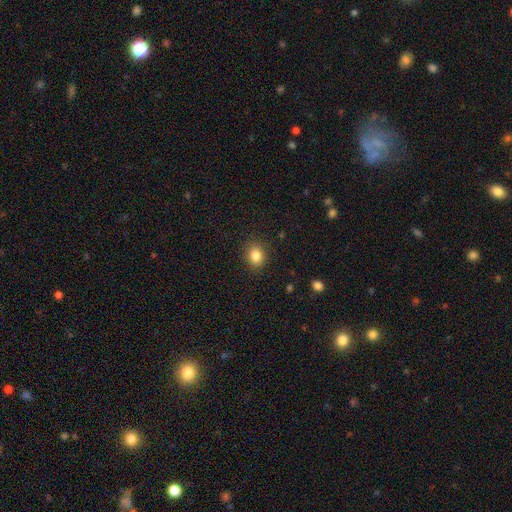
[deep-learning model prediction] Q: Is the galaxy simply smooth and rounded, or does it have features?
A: smooth — 84%.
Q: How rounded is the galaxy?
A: round — 59%.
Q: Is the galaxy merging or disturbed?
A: none — 88%.